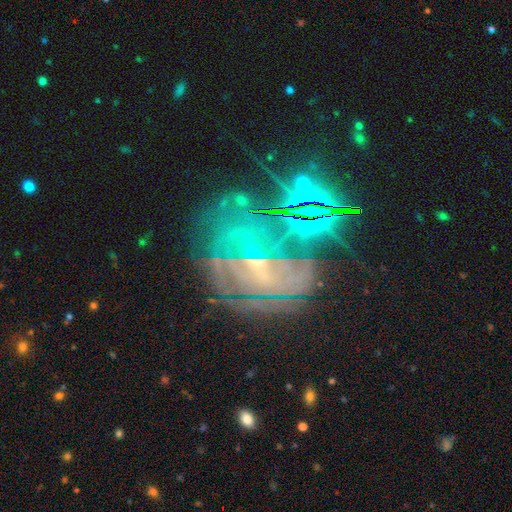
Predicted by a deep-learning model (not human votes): Morphology: type=featured or disk (71%); edge-on=no (96%); bar=no (45%); spiral arms=yes (84%); winding=tight (54%); arm count=can't tell (45%); bulge=small (78%); merging=none (52%).